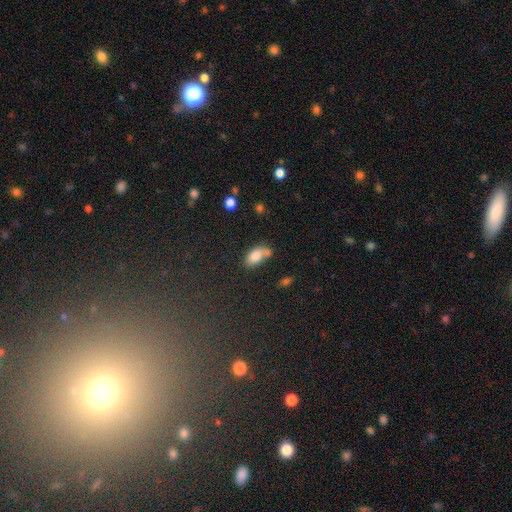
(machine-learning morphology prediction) Overall: smooth (79%). How rounded: in between (91%). Merging: none (41%; merger 28%).